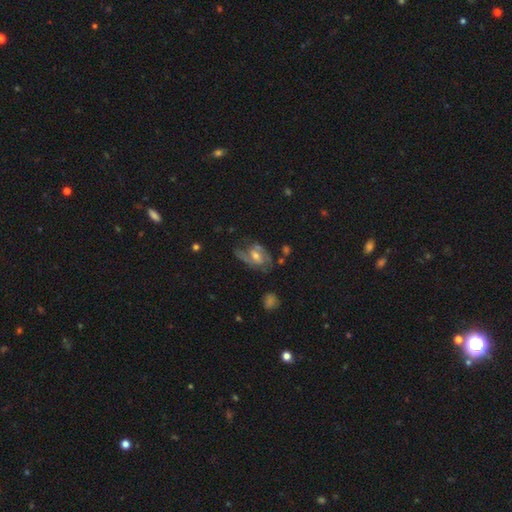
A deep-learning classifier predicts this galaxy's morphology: Smooth or featured? Predicted: featured or disk (p=0.70). Edge-on disk? Predicted: no (p=0.95). Bar? Predicted: weak (p=0.44). Spiral arms? Predicted: yes (p=0.83). Spiral winding? Predicted: medium (p=0.43). Spiral arm count? Predicted: 2 (p=0.68). Bulge size? Predicted: moderate (p=0.61). Merging? Predicted: none (p=0.48).